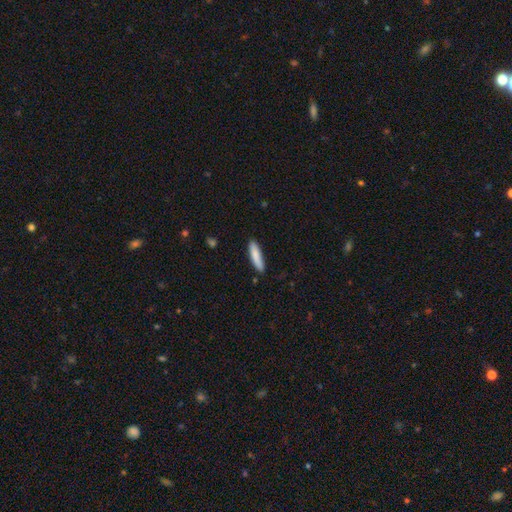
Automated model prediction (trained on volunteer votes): smooth-or-featured: smooth: 84% | featured or disk: 11% | star or artifact: 6%
  how-rounded: cigar-shaped: 77% | in between: 21% | round: 1%
  merging: none: 83% | minor disturbance: 13% | major disturbance: 2% | merger: 2%